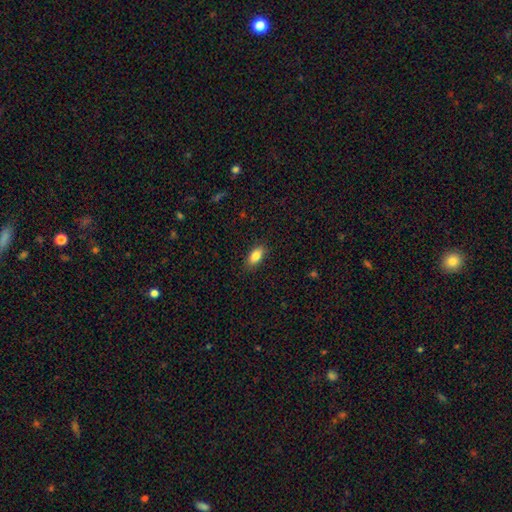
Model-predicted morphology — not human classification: Smooth or featured? Predicted: smooth (p=0.85). How rounded? Predicted: in between (p=0.88). Merging? Predicted: none (p=0.86).